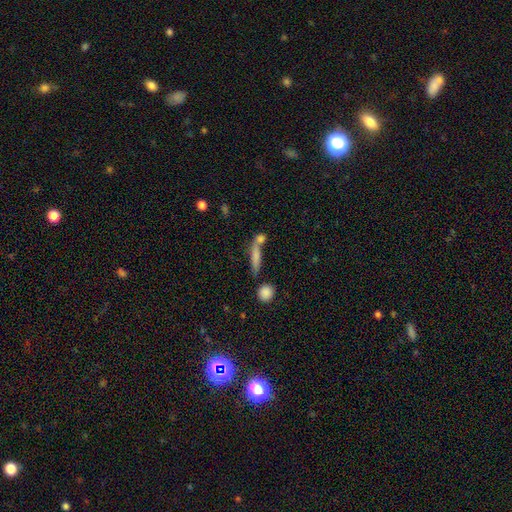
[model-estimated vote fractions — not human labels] A smooth galaxy with no disk features (70%) that is cigar-shaped (77%).

Vote fractions:
- Smooth or featured? smooth: 70% / featured or disk: 21% / star or artifact: 9%
- How rounded? cigar-shaped: 77% / in between: 18% / round: 5%
- Merging? none: 50% / merger: 32% / minor disturbance: 12% / major disturbance: 6%